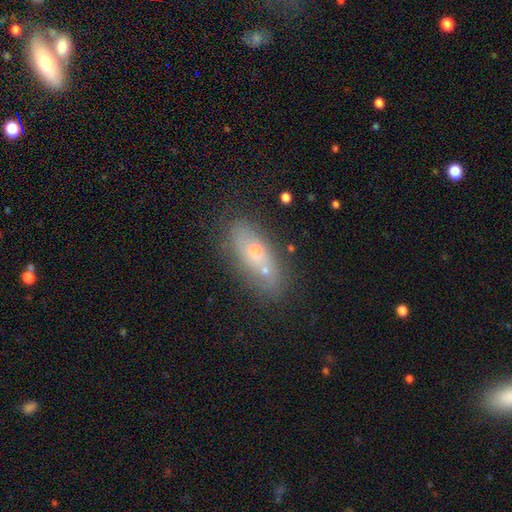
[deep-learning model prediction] The model was most divided on "smooth or featured": smooth: 50%, featured or disk: 35%, star or artifact: 15%. More confident: merging — none (55%).